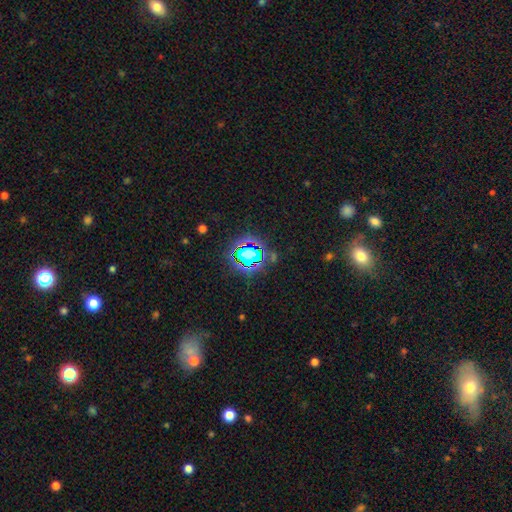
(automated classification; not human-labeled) smooth_or_featured: star or artifact (p=0.71) [alt: smooth p=0.19]